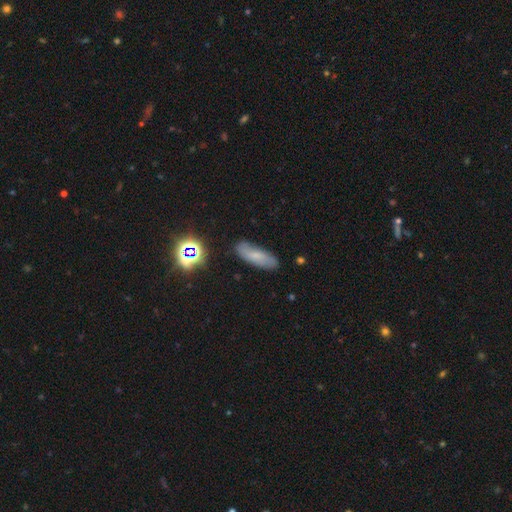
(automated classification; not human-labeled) This is likely a smooth galaxy (62%). How rounded: likely in between (65%). Merging: likely none (77%).